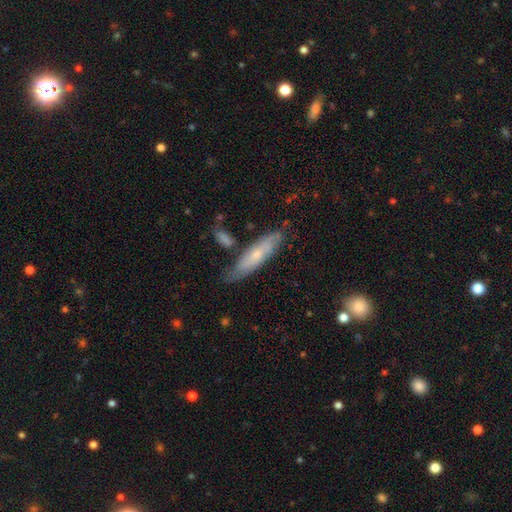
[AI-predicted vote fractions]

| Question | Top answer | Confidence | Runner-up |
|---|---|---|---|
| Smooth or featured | smooth | 51% | featured or disk (42%) |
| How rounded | cigar-shaped | 69% | in between (29%) |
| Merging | none | 68% | minor disturbance (21%) |